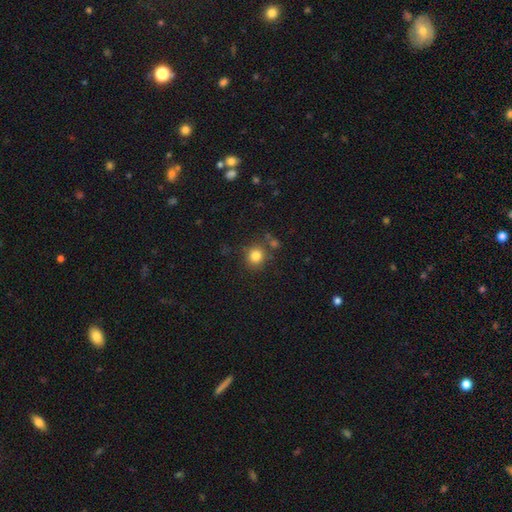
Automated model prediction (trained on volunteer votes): smooth_or_featured: smooth (p=0.83) [alt: star or artifact p=0.11]
how_rounded: round (p=0.89) [alt: in between p=0.10]
merging: none (p=0.77) [alt: minor disturbance p=0.11]